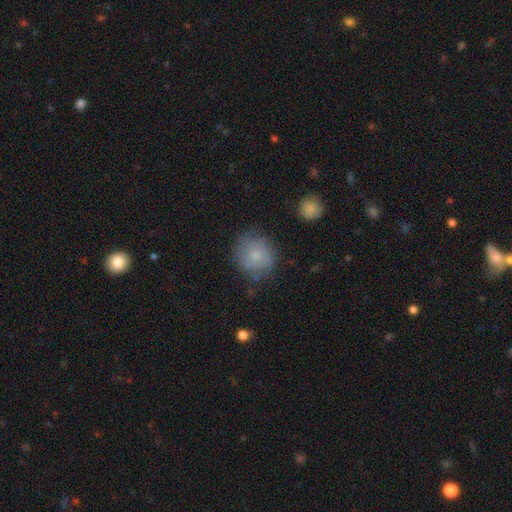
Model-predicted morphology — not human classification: smooth_or_featured: smooth (p=0.71) [alt: featured or disk p=0.21]
how_rounded: round (p=0.84) [alt: in between p=0.15]
merging: none (p=0.69) [alt: minor disturbance p=0.22]